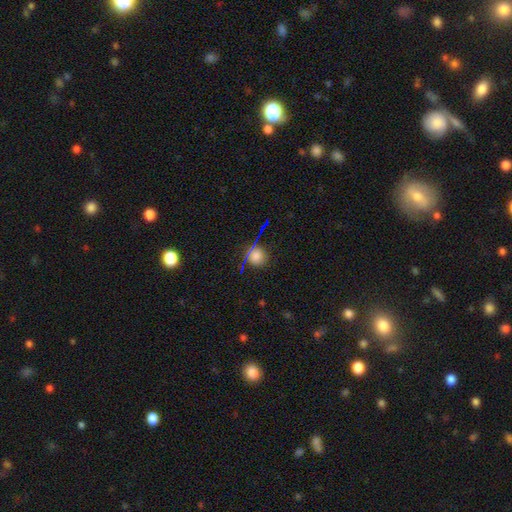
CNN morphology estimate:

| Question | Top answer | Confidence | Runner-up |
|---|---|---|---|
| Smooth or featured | smooth | 71% | star or artifact (22%) |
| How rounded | round | 91% | in between (7%) |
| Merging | none | 80% | minor disturbance (13%) |